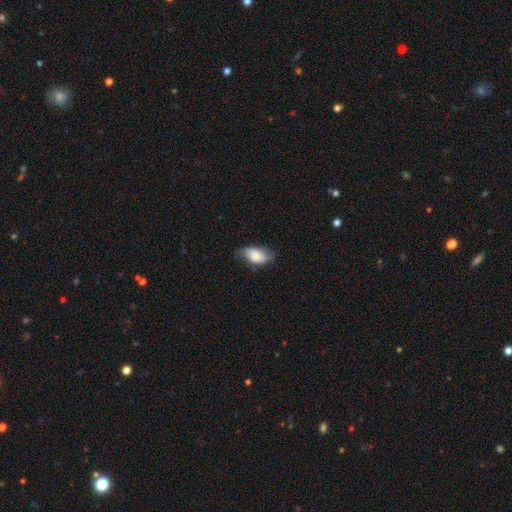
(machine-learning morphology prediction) A smooth galaxy with no disk features (57%) that is in between round and cigar-shaped (90%). Merging: none (57%).